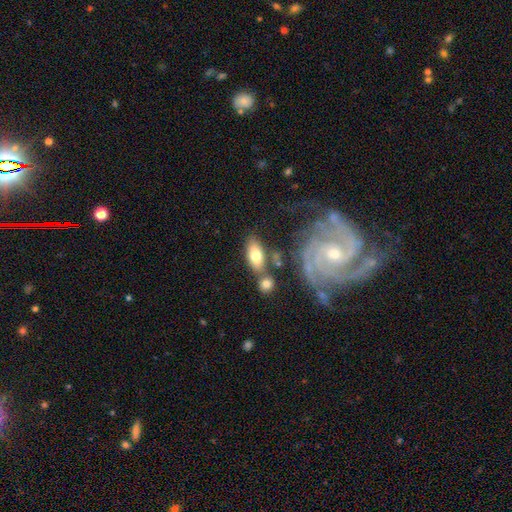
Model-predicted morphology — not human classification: Smooth or featured? Predicted: smooth (p=0.69). How rounded? Predicted: in between (p=0.84). Merging? Predicted: none (p=0.61).